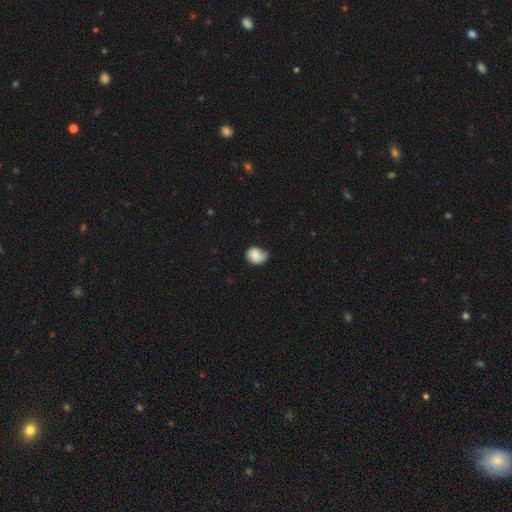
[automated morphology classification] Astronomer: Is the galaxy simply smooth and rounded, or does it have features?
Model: smooth — 61%.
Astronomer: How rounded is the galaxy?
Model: round — 51% (runner-up: in between, 48%).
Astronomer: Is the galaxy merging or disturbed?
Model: none — 44% (runner-up: minor disturbance, 37%).